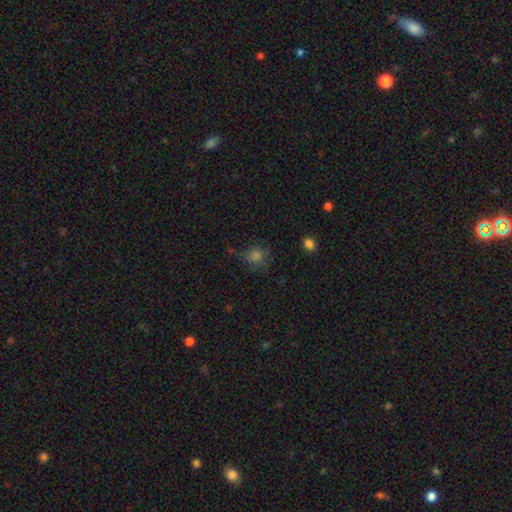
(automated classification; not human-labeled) The model was most divided on "smooth or featured": smooth: 68%, star or artifact: 22%, featured or disk: 10%. More confident: how rounded — round (81%); merging — none (66%).